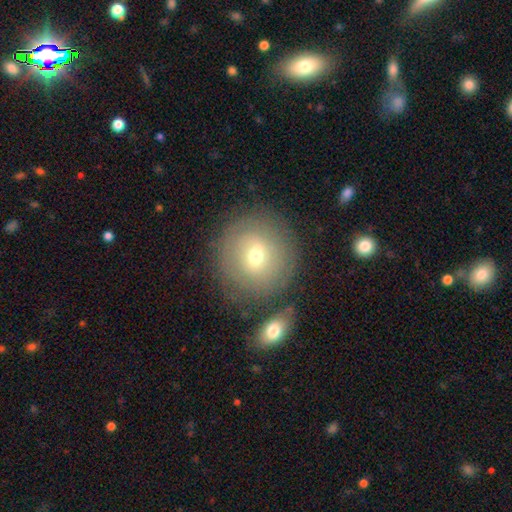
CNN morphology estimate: This appears to be a smooth galaxy with no disk features (56%) that is round (92%). Merging: none (81%).